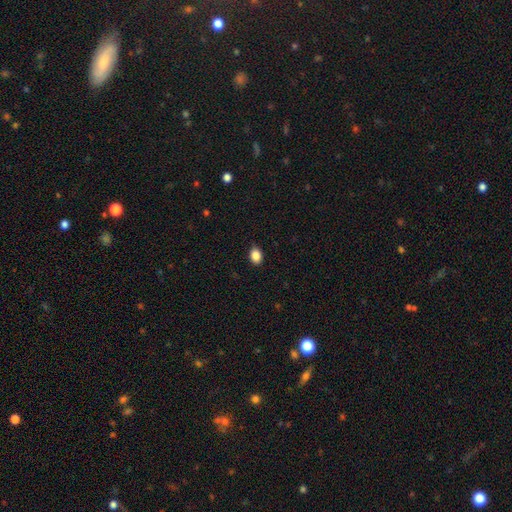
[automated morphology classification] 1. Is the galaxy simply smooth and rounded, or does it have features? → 87% smooth, 9% star or artifact, 4% featured or disk.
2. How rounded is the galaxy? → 73% in between, 26% round, 1% cigar-shaped.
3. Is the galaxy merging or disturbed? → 89% none, 9% minor disturbance, 2% major disturbance, 1% merger.